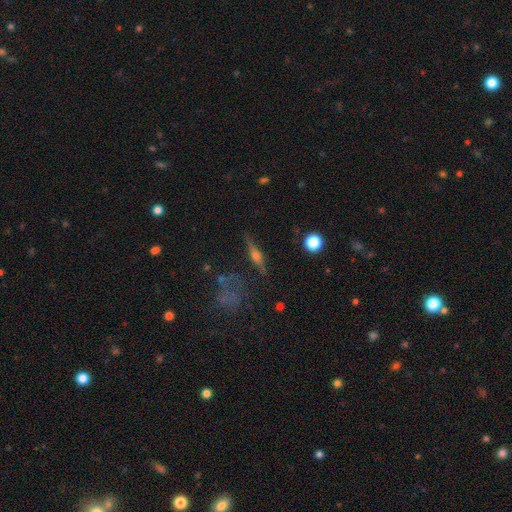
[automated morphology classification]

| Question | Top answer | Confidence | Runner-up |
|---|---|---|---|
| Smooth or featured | featured or disk | 68% | smooth (22%) |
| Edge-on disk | yes | 94% | no (6%) |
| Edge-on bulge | rounded | 91% | boxy (5%) |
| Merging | none | 81% | minor disturbance (12%) |